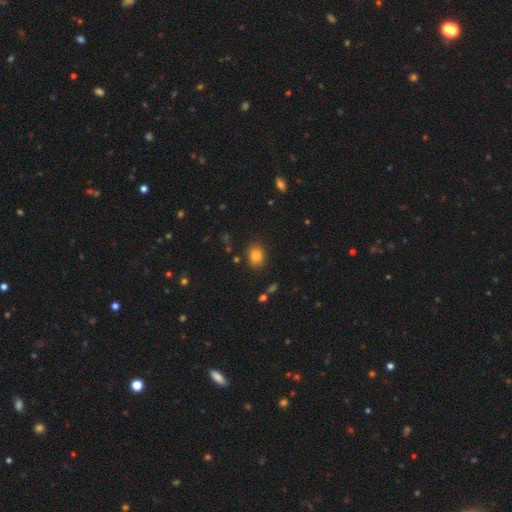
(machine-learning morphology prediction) Smooth or featured?
  - smooth: 83% *
  - star or artifact: 11%
  - featured or disk: 6%
How rounded?
  - round: 51% *
  - in between: 47%
  - cigar-shaped: 1%
Merging?
  - none: 83% *
  - minor disturbance: 12%
  - major disturbance: 3%
  - merger: 2%